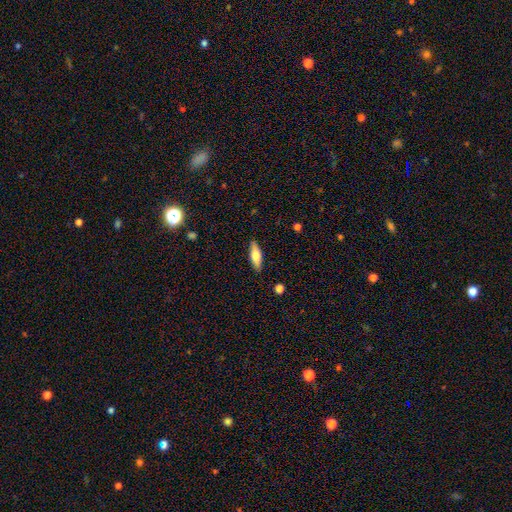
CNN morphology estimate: Smooth or featured?
  - smooth: 69% *
  - featured or disk: 25%
  - star or artifact: 6%
How rounded?
  - in between: 54% *
  - cigar-shaped: 44%
  - round: 2%
Merging?
  - none: 87% *
  - minor disturbance: 10%
  - major disturbance: 2%
  - merger: 1%